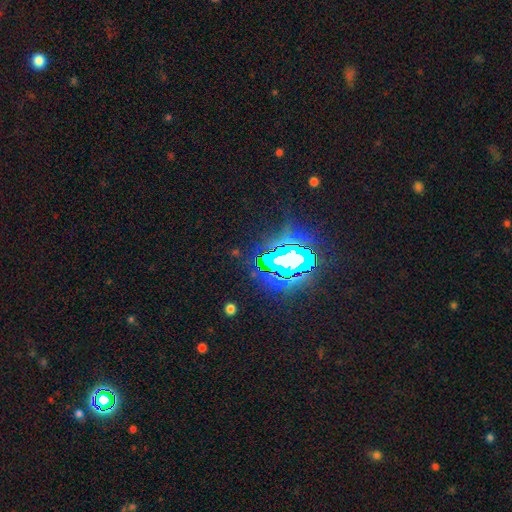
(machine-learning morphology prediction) A star or artifact, not a galaxy (82%).

Vote fractions:
- Smooth or featured? star or artifact: 82% / smooth: 11% / featured or disk: 7%